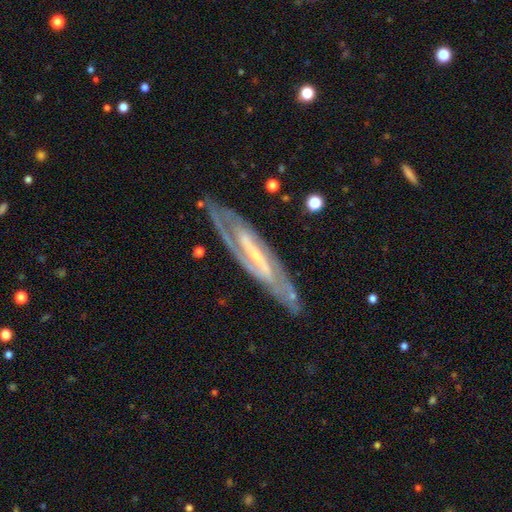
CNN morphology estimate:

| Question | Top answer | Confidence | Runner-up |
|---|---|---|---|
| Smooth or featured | featured or disk | 88% | smooth (7%) |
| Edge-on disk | no | 78% | yes (22%) |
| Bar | strong | 60% | weak (28%) |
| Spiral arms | yes | 94% | no (6%) |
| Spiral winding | medium | 45% | tight (40%) |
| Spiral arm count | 2 | 82% | can't tell (10%) |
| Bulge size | small | 74% | moderate (19%) |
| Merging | none | 78% | minor disturbance (15%) |